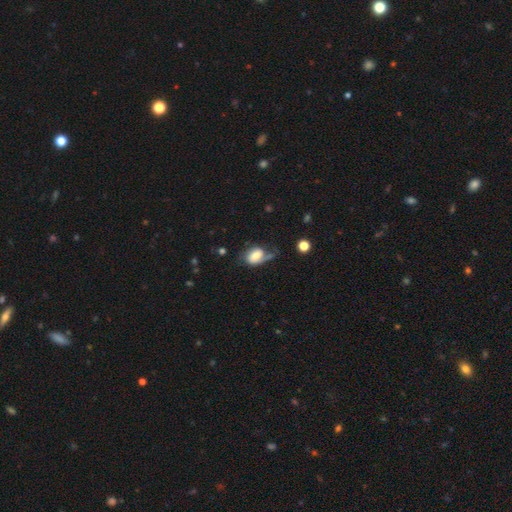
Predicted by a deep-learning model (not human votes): This is possibly a featured or disk galaxy (46%). Merging: marginally none (37%).